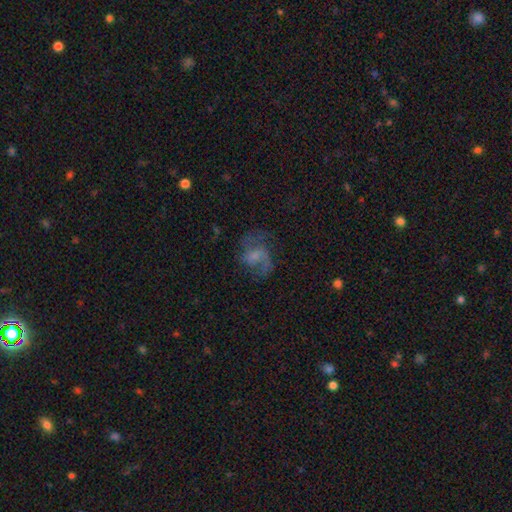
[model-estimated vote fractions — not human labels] Smooth or featured: featured or disk — 61% (smooth — 28%)
Edge-on disk: no — 97% (yes — 3%)
Bar: no — 52% (weak — 40%)
Spiral arms: yes — 82% (no — 18%)
Bulge size: small — 31% (tied with none — 31%)
Merging: none — 51% (major disturbance — 27%)